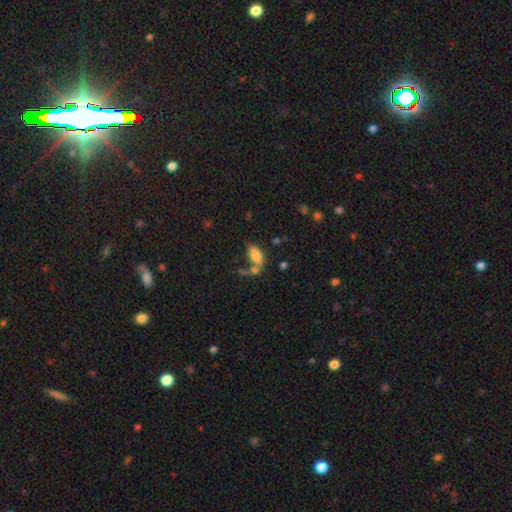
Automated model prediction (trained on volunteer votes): smooth-or-featured: smooth: 79% | featured or disk: 11% | star or artifact: 10%
  how-rounded: in between: 87% | cigar-shaped: 9% | round: 3%
  merging: none: 42% | merger: 32% | minor disturbance: 17% | major disturbance: 10%